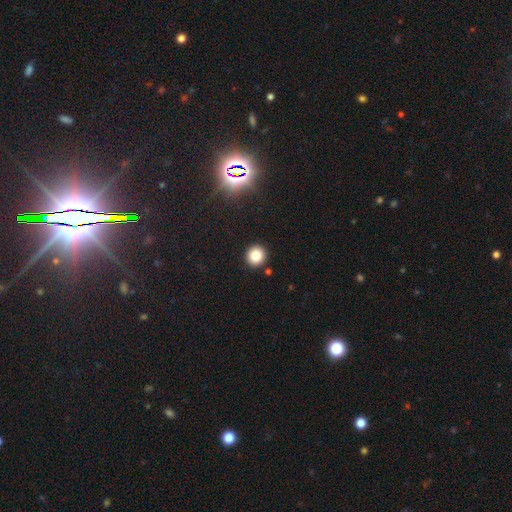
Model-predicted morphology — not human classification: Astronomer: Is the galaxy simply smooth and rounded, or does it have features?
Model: smooth — 84%.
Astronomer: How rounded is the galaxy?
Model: round — 92%.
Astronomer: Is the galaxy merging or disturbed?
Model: none — 91%.